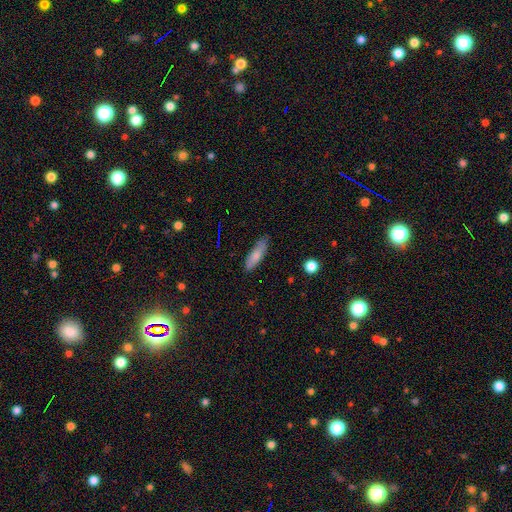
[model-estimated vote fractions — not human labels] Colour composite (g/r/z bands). It shows a smooth galaxy with no disk features (77%) that is cigar-shaped (53%). Merging: none (76%).